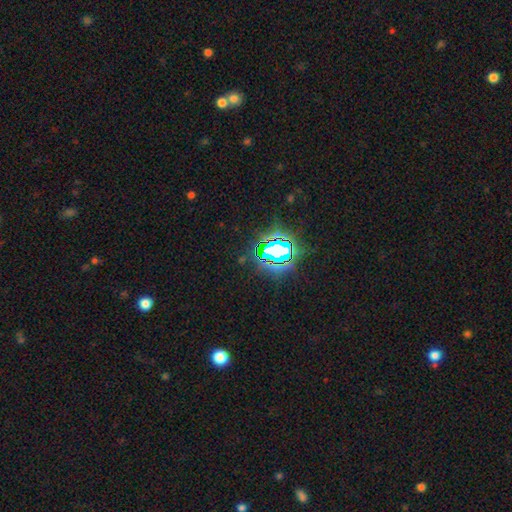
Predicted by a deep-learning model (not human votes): Smooth or featured: star or artifact — 83% (smooth — 10%)